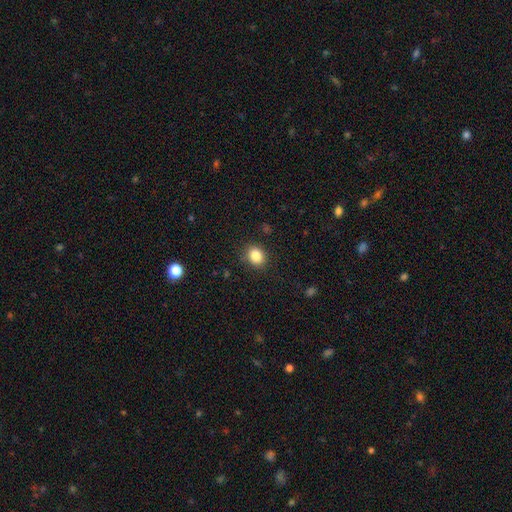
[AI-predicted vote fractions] smooth-or-featured: smooth: 84% | star or artifact: 10% | featured or disk: 6%
  how-rounded: round: 61% | in between: 38% | cigar-shaped: 1%
  merging: none: 86% | minor disturbance: 10% | major disturbance: 3% | merger: 1%